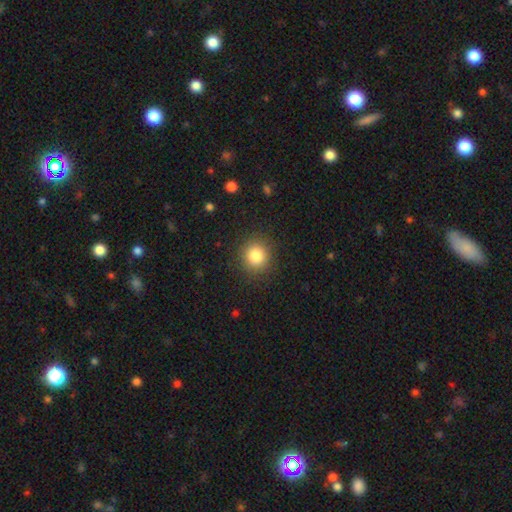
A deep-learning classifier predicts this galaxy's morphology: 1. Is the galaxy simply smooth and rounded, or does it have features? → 84% smooth, 10% star or artifact, 6% featured or disk.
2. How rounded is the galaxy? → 91% round, 8% in between, 1% cigar-shaped.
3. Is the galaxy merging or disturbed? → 89% none, 7% minor disturbance, 3% major disturbance, 1% merger.